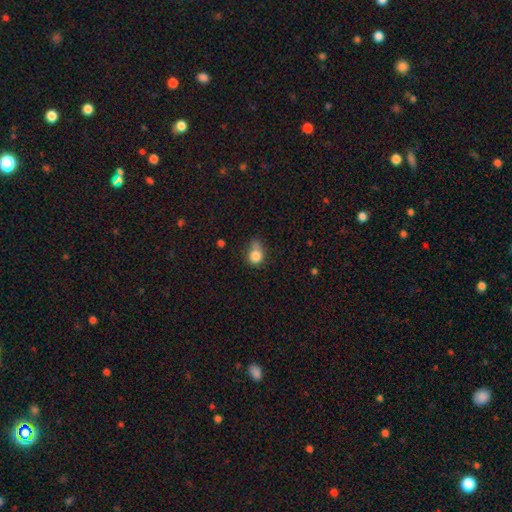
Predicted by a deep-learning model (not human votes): Q: Smooth or featured?
A: smooth (81%); runner-up: star or artifact (10%)
Q: How rounded?
A: round (70%); runner-up: in between (29%)
Q: Merging?
A: none (42%); runner-up: minor disturbance (32%)